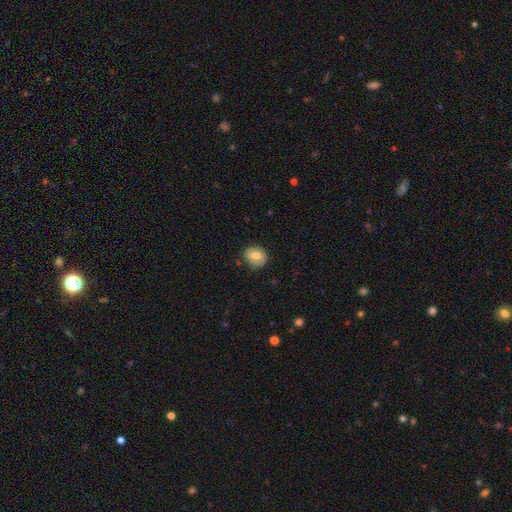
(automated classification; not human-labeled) Overall: smooth (66%). How rounded: round (62%; in between 37%). Merging: none (74%).